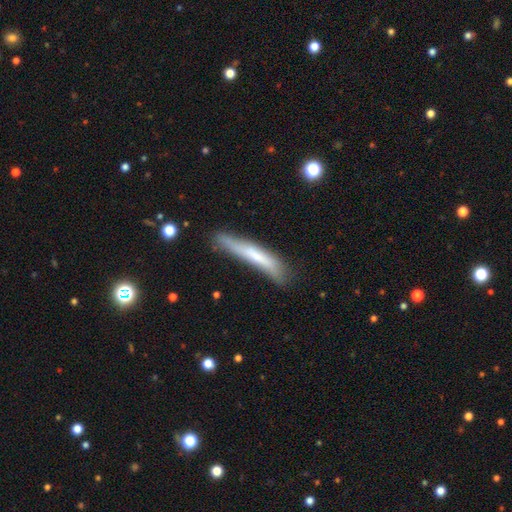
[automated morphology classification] Smooth or featured?
  - smooth: 59% *
  - featured or disk: 34%
  - star or artifact: 6%
How rounded?
  - cigar-shaped: 93% *
  - in between: 6%
  - round: 1%
Merging?
  - none: 66% *
  - minor disturbance: 24%
  - major disturbance: 7%
  - merger: 3%